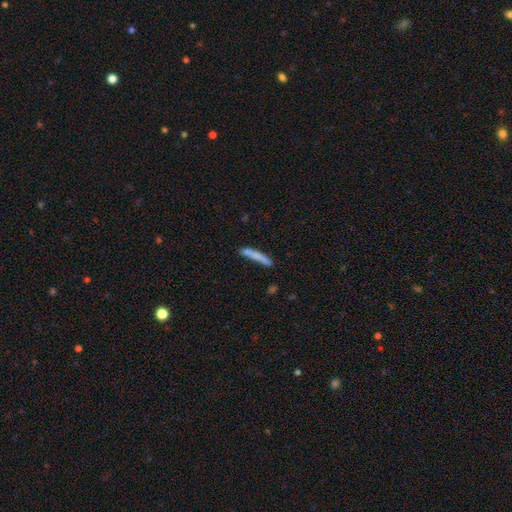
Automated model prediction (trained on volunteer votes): This appears to be a smooth galaxy with no disk features (74%) that is cigar-shaped (94%). Merging: none (71%).